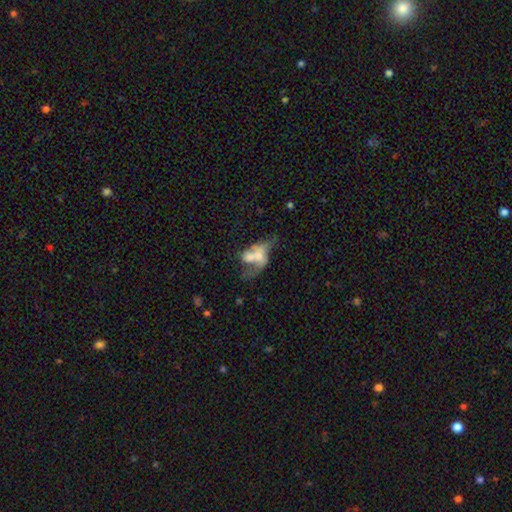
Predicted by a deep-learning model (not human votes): Smooth or featured? Predicted: featured or disk (p=0.46). Merging? Predicted: merger (p=0.56).